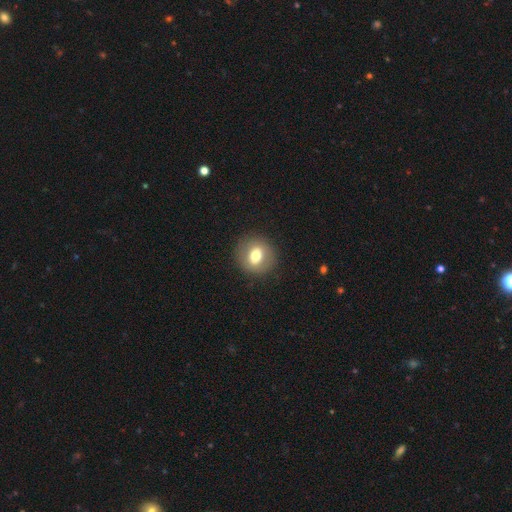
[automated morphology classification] A smooth galaxy with no disk features (64%) that is round (77%). Merging: none (87%).